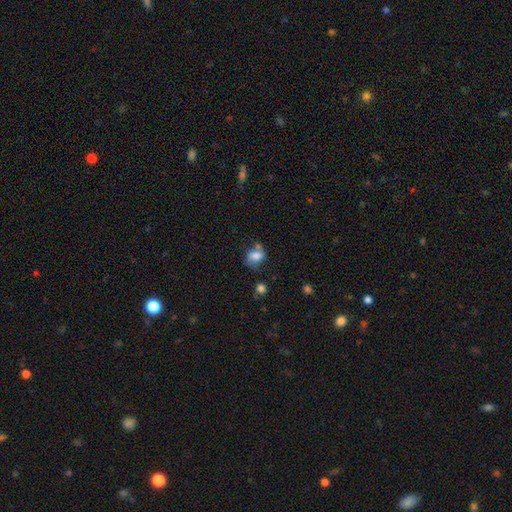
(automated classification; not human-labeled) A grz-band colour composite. It shows a smooth galaxy with no disk features (67%) that is in between round and cigar-shaped (59%). Merging: none (47%).